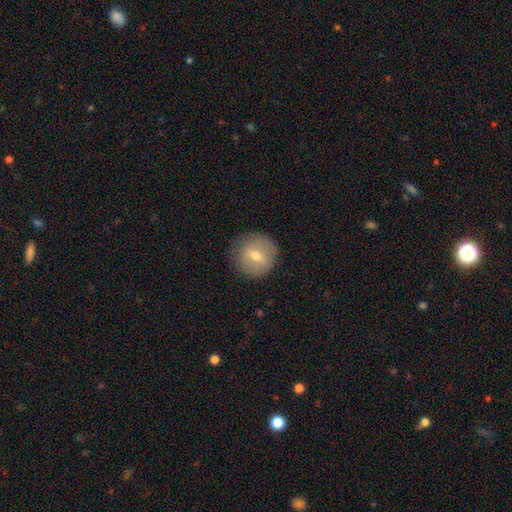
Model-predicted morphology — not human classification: type=smooth (60%); roundness=round (92%); merging=none (86%).